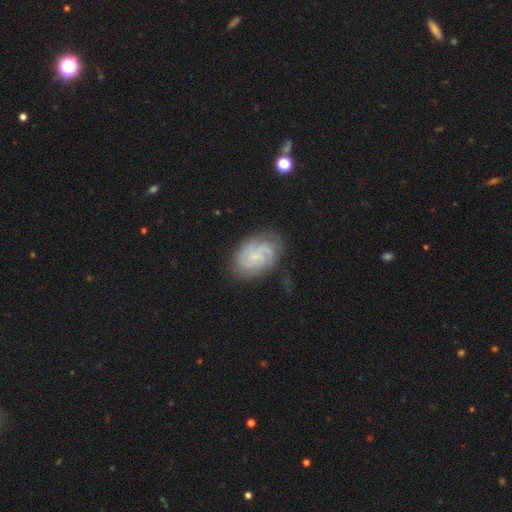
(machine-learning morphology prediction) type=featured or disk (85%); edge-on=no (98%); bar=no (58%); spiral arms=yes (97%); winding=tight (63%); arm count=2 (38%); bulge=small (72%); merging=none (75%).